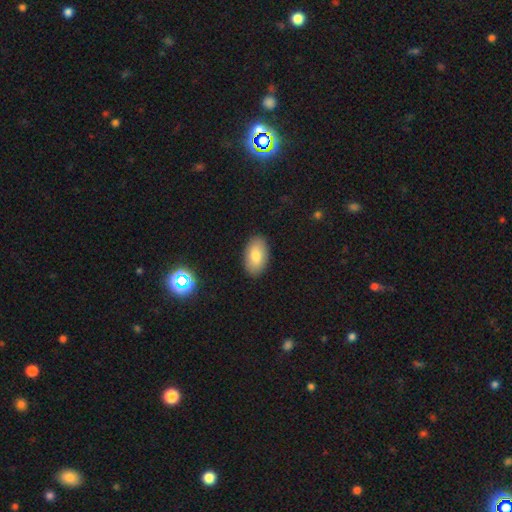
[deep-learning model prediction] Smooth or featured? Predicted: smooth (p=0.79). How rounded? Predicted: in between (p=0.93). Merging? Predicted: none (p=0.89).